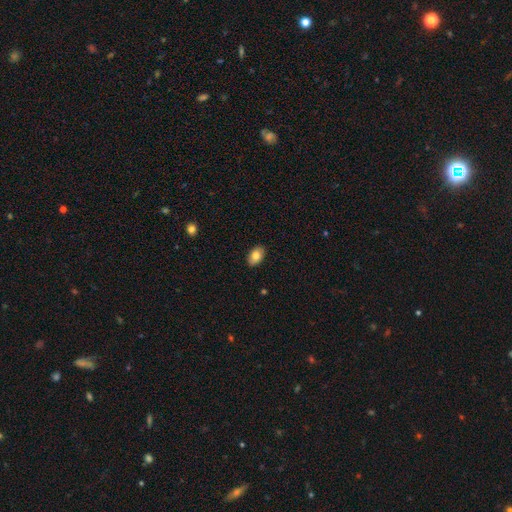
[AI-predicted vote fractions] A smooth galaxy with no disk features (80%) that is in between round and cigar-shaped (90%).

Vote fractions:
- Smooth or featured? smooth: 80% / featured or disk: 13% / star or artifact: 7%
- How rounded? in between: 90% / round: 9% / cigar-shaped: 1%
- Merging? none: 88% / minor disturbance: 9% / major disturbance: 2% / merger: 1%